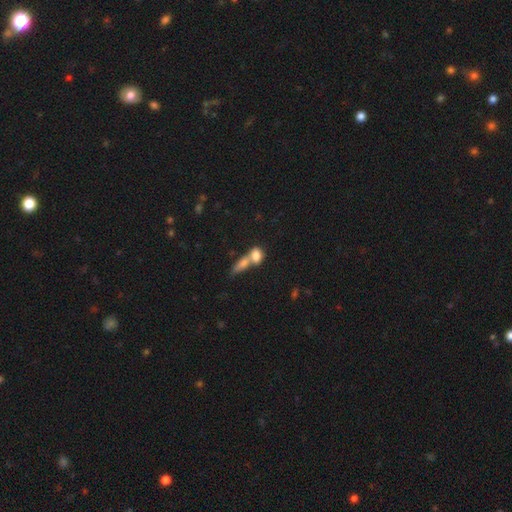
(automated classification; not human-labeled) smooth 77%, featured or disk 15%, star or artifact 9%. Down the decision tree: how rounded — in between (73%); merging — merger (65%).